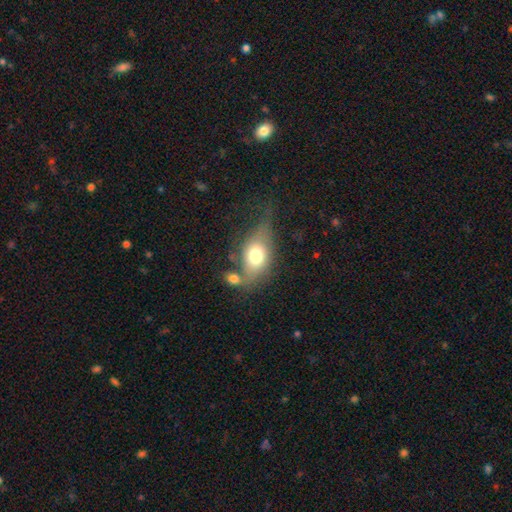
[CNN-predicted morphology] This is likely a smooth galaxy (67%). How rounded: likely in between (79%). Merging: marginally none (36%).